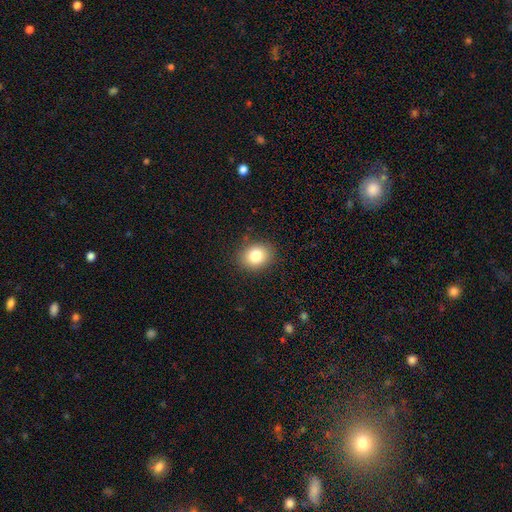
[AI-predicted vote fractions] smooth_or_featured: smooth (p=0.81) [alt: star or artifact p=0.10]
how_rounded: in between (p=0.50) [alt: round p=0.49]
merging: none (p=0.87) [alt: minor disturbance p=0.09]